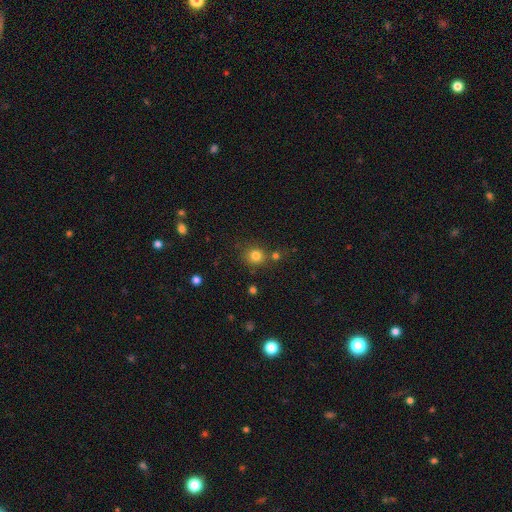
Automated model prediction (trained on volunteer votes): Q: Smooth or featured?
A: smooth (80%); runner-up: star or artifact (14%)
Q: How rounded?
A: round (87%); runner-up: in between (12%)
Q: Merging?
A: none (72%); runner-up: merger (14%)